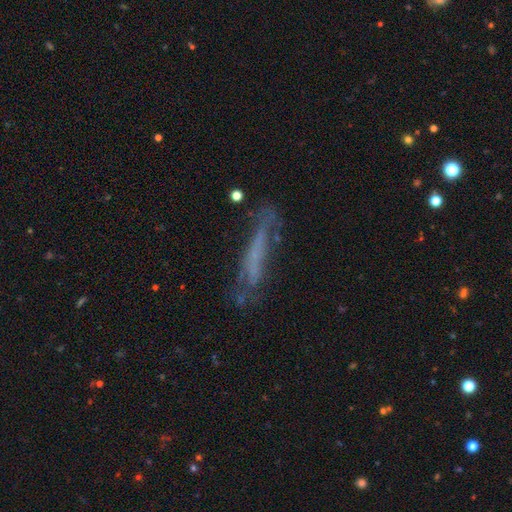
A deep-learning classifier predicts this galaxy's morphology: smooth-or-featured: featured or disk: 49% | smooth: 38% | star or artifact: 13%
  merging: none: 55% | minor disturbance: 24% | major disturbance: 16% | merger: 4%